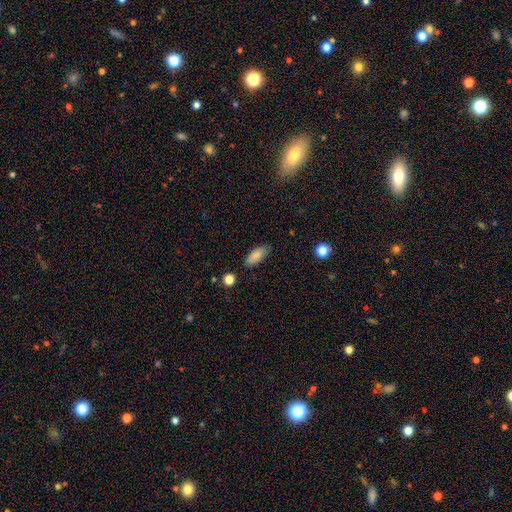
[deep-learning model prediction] This appears to be a smooth galaxy with no disk features (85%) that is in between round and cigar-shaped (80%). Merging: none (82%).